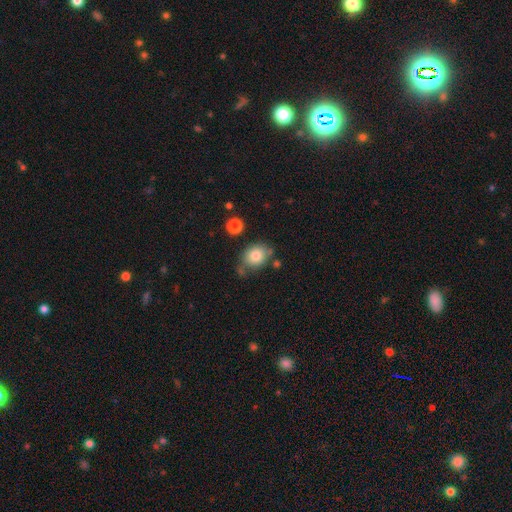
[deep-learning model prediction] A smooth galaxy with no disk features (81%) that is round (56%). Merging: none (64%).